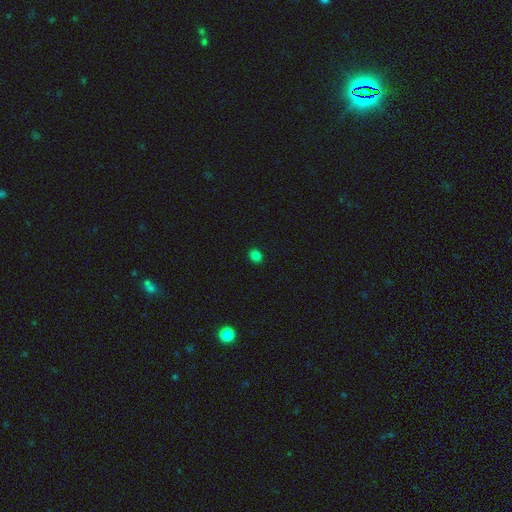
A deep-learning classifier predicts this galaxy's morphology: The model was most divided on "how rounded": round: 68%, in between: 31%, cigar-shaped: 1%. More confident: merging — none (91%); smooth or featured — smooth (82%).